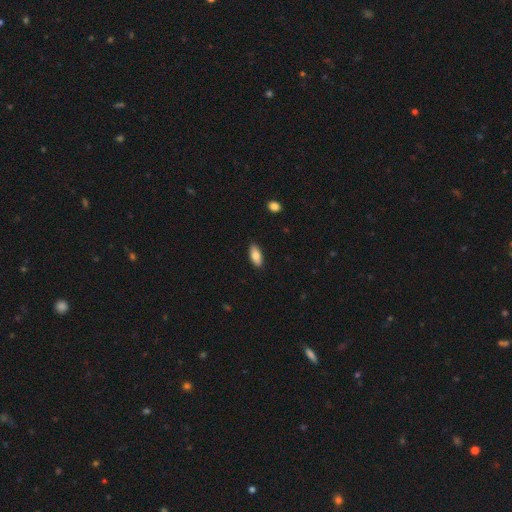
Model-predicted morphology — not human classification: Overall: smooth (84%). How rounded: in between (87%). Merging: none (88%).